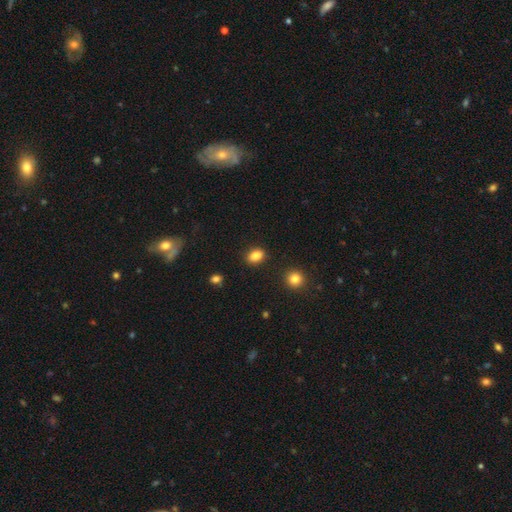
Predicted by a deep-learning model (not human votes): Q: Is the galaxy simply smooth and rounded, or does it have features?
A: smooth — 86%.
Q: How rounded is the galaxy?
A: in between — 76%.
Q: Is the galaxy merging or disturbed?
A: none — 88%.